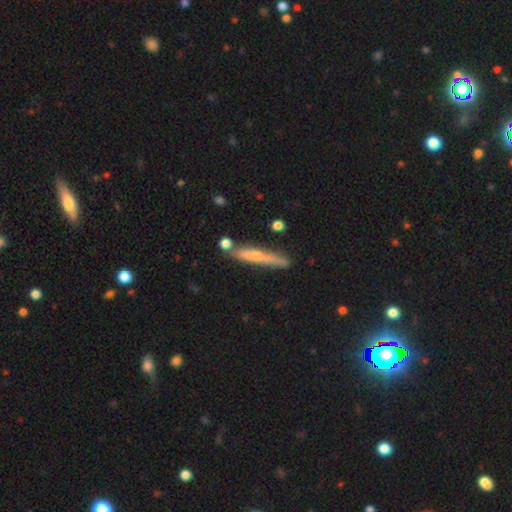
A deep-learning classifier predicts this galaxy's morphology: smooth 47%, featured or disk 46%, star or artifact 7%. Down the decision tree: merging — none (72%).